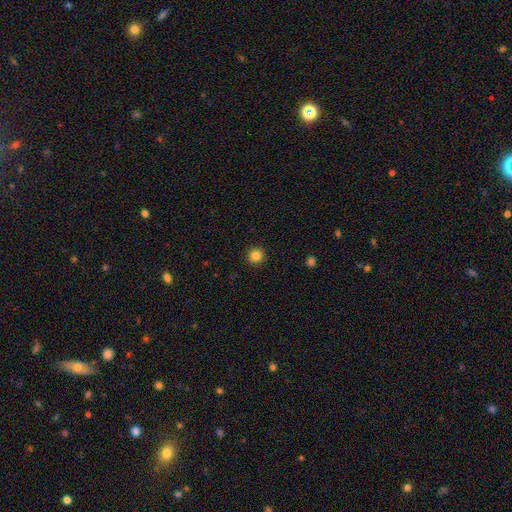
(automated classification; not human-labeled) smooth-or-featured: smooth: 84% | star or artifact: 12% | featured or disk: 5%
  how-rounded: round: 95% | in between: 4% | cigar-shaped: 1%
  merging: none: 93% | minor disturbance: 5% | major disturbance: 2% | merger: 1%